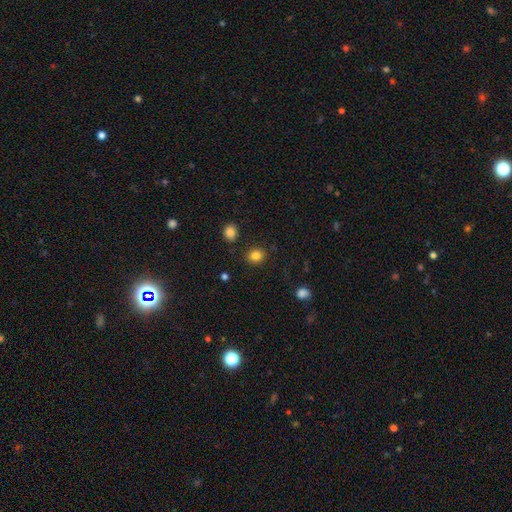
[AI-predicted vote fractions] This appears to be a smooth galaxy with no disk features (84%) that is round (66%). Merging: none (87%).